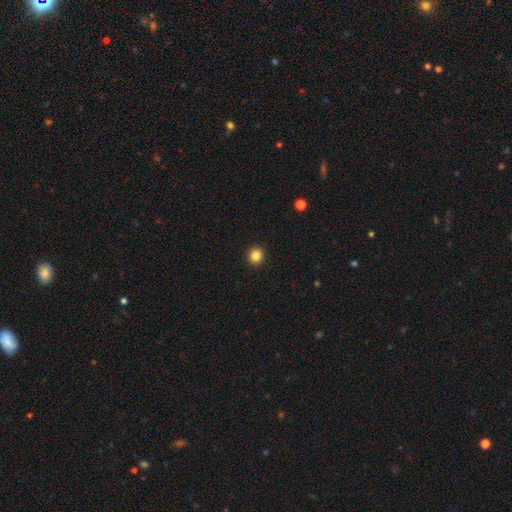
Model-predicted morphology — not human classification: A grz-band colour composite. It shows a smooth galaxy with no disk features (84%) that is round (88%). Merging: none (93%).